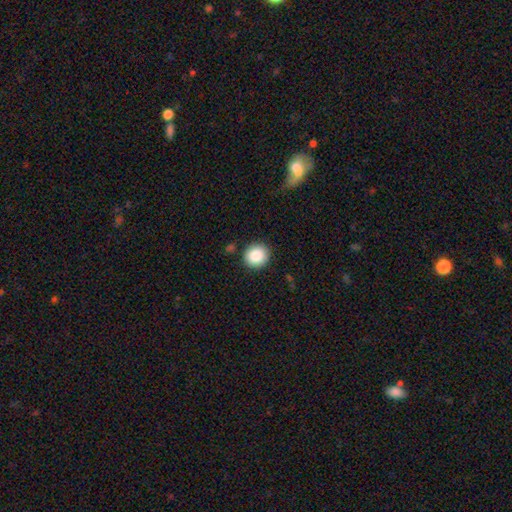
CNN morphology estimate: type=smooth (87%); roundness=round (91%); merging=none (88%).